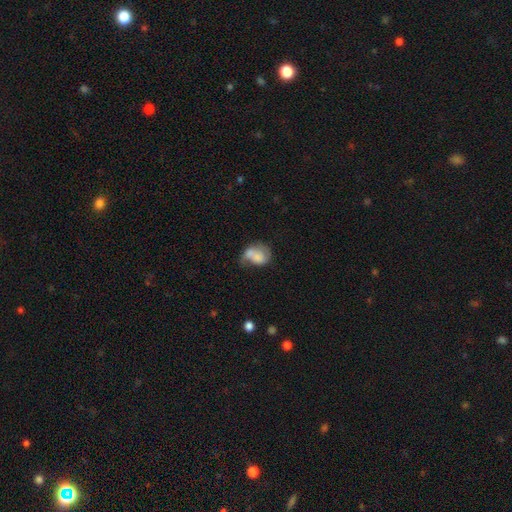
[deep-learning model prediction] Q: Smooth or featured?
A: smooth (63%); runner-up: featured or disk (28%)
Q: How rounded?
A: in between (56%); runner-up: round (43%)
Q: Merging?
A: merger (40%); runner-up: none (21%)